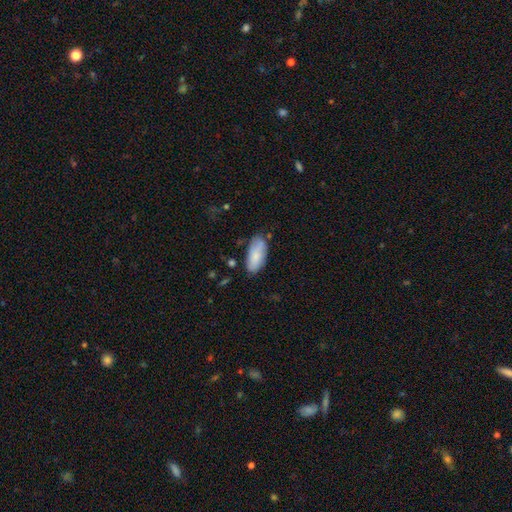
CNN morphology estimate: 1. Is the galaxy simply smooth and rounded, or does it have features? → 81% smooth, 12% featured or disk, 6% star or artifact.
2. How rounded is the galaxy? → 89% in between, 9% cigar-shaped, 2% round.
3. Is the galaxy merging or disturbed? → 70% none, 22% minor disturbance, 4% major disturbance, 4% merger.